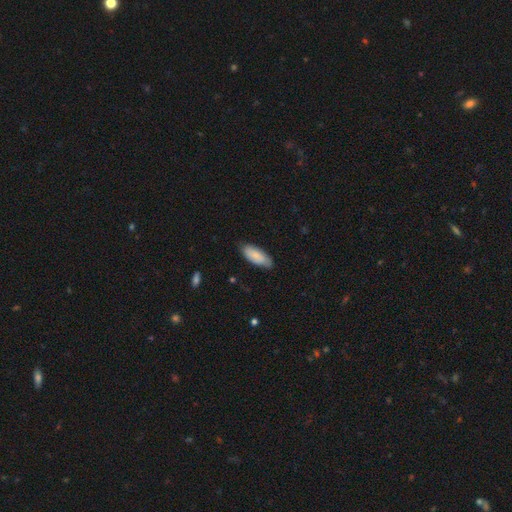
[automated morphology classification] The model was most divided on "merging": none: 75%, minor disturbance: 20%, major disturbance: 3%, merger: 1%. More confident: how rounded — in between (81%); smooth or featured — smooth (77%).